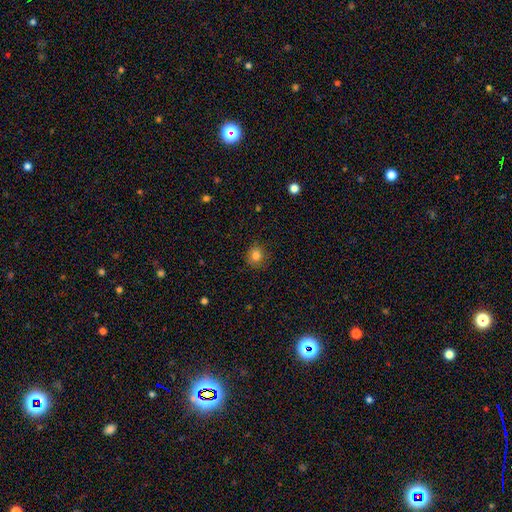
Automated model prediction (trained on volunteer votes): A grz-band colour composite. It shows a smooth galaxy with no disk features (82%) that is round (88%). Merging: none (86%).